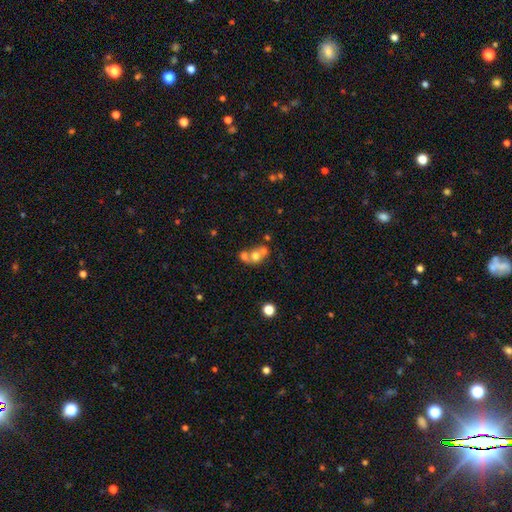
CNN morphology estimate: The model was most divided on "smooth or featured": smooth: 59%, featured or disk: 27%, star or artifact: 14%. More confident: how rounded — round (68%); merging — merger (61%).